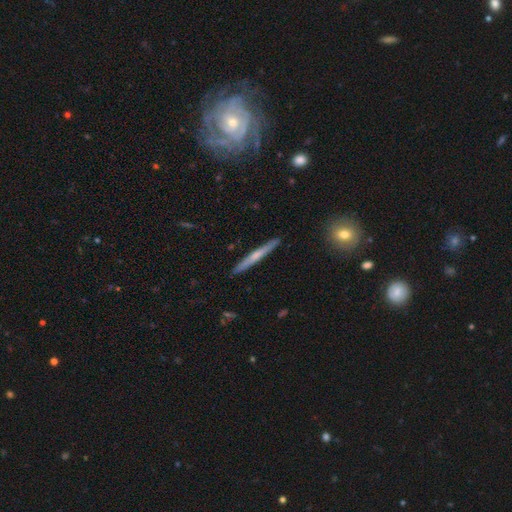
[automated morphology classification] type=featured or disk (52%); edge-on=yes (97%); edge-on bulge=rounded (48%); merging=none (91%).